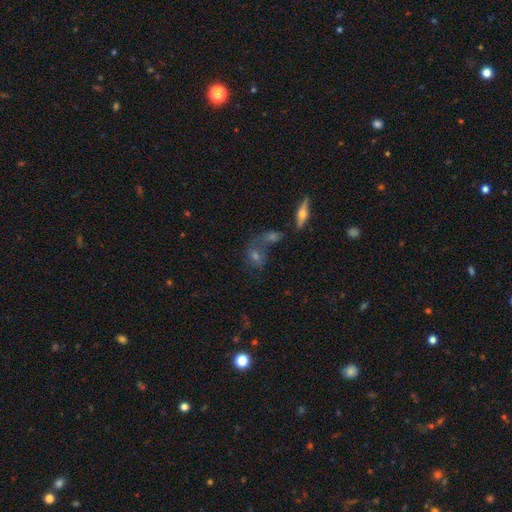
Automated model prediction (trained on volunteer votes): Smooth or featured? smooth (40%)
Merging? none (46%)